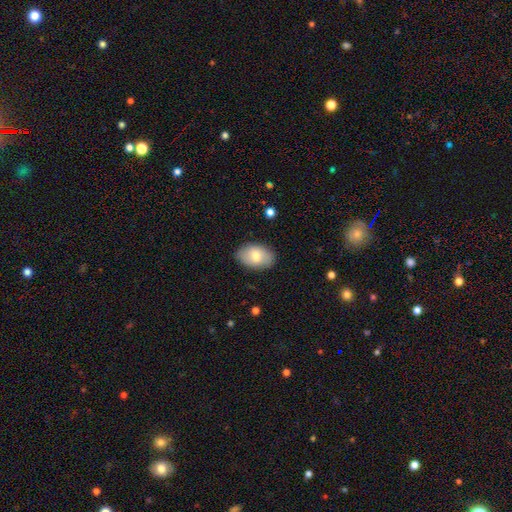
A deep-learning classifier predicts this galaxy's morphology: Smooth or featured?
  - smooth: 76% *
  - featured or disk: 17%
  - star or artifact: 6%
How rounded?
  - in between: 90% *
  - round: 9%
  - cigar-shaped: 1%
Merging?
  - none: 85% *
  - minor disturbance: 11%
  - major disturbance: 2%
  - merger: 1%